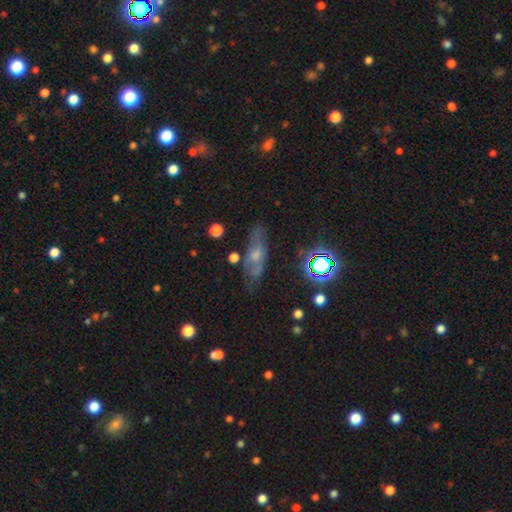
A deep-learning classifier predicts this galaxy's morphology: Smooth or featured? Predicted: featured or disk (p=0.45). Merging? Predicted: none (p=0.66).